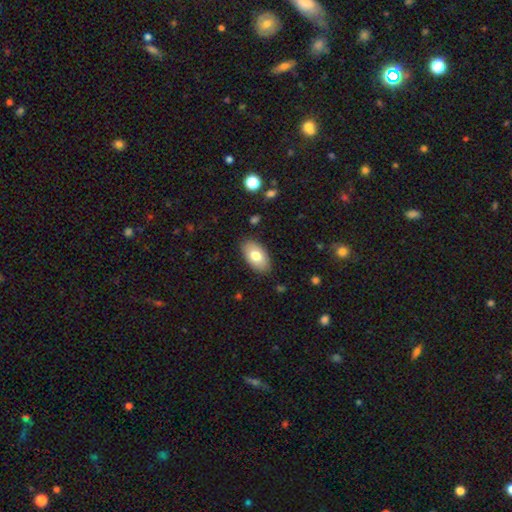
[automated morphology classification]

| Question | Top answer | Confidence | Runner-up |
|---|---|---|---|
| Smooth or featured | smooth | 75% | featured or disk (18%) |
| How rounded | in between | 94% | round (5%) |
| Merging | none | 86% | minor disturbance (10%) |